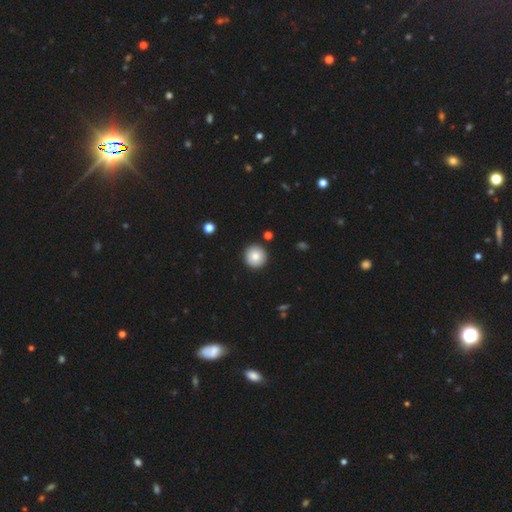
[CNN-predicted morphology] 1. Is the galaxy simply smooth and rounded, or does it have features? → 85% smooth, 8% star or artifact, 7% featured or disk.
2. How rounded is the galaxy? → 96% round, 3% in between, 1% cigar-shaped.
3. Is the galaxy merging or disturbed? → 92% none, 5% minor disturbance, 2% merger, 2% major disturbance.